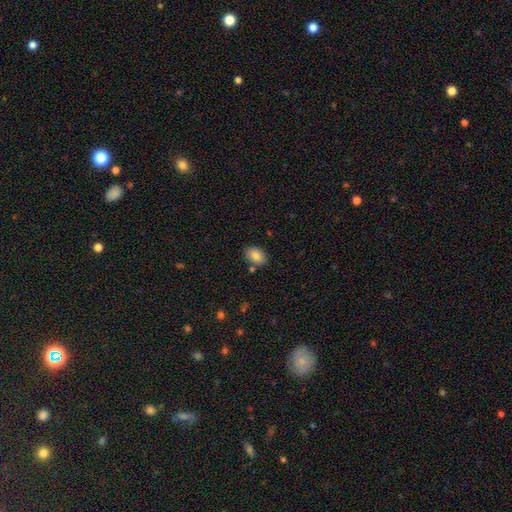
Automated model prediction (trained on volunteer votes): Smooth or featured?
  - smooth: 83% *
  - featured or disk: 9%
  - star or artifact: 8%
How rounded?
  - in between: 85% *
  - round: 14%
  - cigar-shaped: 1%
Merging?
  - none: 81% *
  - minor disturbance: 12%
  - merger: 5%
  - major disturbance: 2%